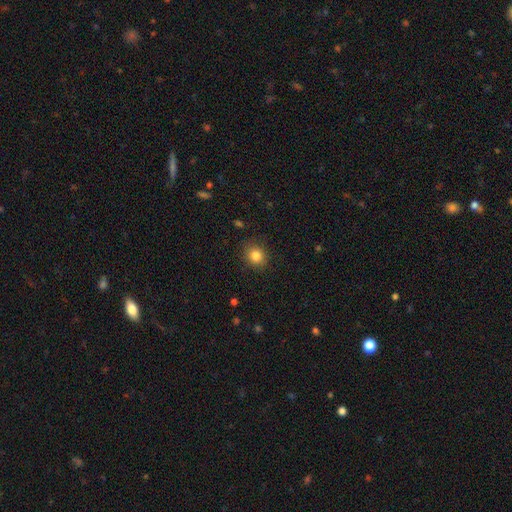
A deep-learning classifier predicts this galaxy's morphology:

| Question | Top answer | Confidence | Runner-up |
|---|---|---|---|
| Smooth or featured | smooth | 84% | star or artifact (11%) |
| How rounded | round | 78% | in between (21%) |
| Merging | none | 87% | minor disturbance (9%) |